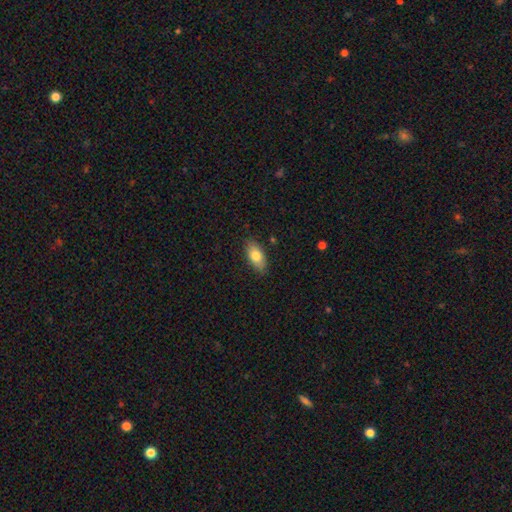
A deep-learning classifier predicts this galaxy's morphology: Smooth or featured? Predicted: smooth (p=0.77). How rounded? Predicted: in between (p=0.88). Merging? Predicted: none (p=0.84).